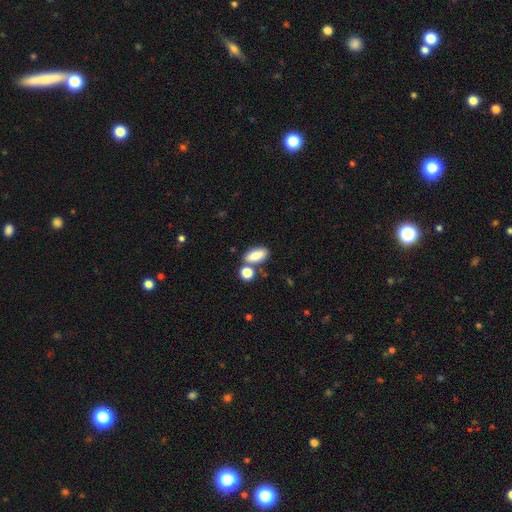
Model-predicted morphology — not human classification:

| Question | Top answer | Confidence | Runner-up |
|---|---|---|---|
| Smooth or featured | smooth | 80% | featured or disk (12%) |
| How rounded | in between | 82% | cigar-shaped (11%) |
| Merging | none | 65% | merger (19%) |